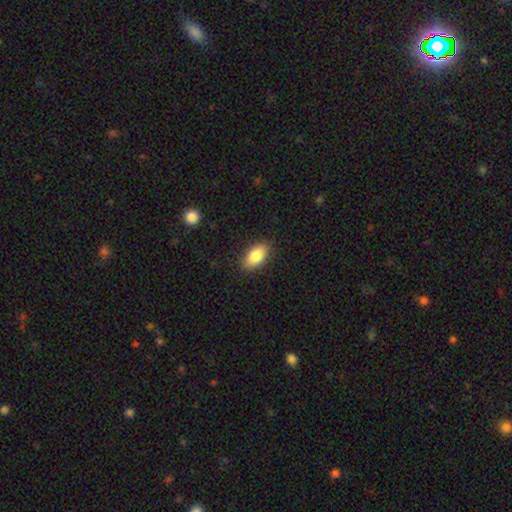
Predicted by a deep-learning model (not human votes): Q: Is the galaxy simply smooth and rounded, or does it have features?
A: smooth — 85%.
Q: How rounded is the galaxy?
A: in between — 92%.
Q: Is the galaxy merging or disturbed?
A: none — 88%.